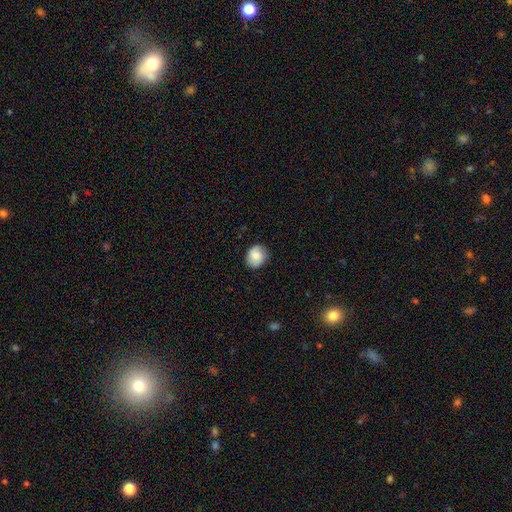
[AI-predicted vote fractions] Smooth or featured: smooth — 78% (featured or disk — 14%)
How rounded: round — 66% (in between — 33%)
Merging: none — 81% (minor disturbance — 15%)